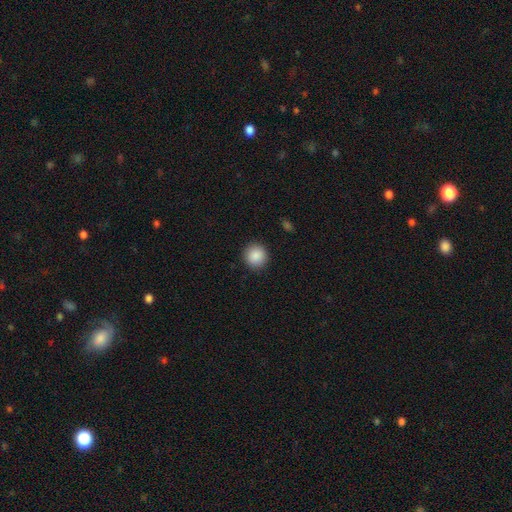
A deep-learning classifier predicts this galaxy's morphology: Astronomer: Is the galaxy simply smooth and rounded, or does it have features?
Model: smooth — 88%.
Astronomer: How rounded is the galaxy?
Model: round — 92%.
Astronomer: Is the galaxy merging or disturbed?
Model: none — 92%.